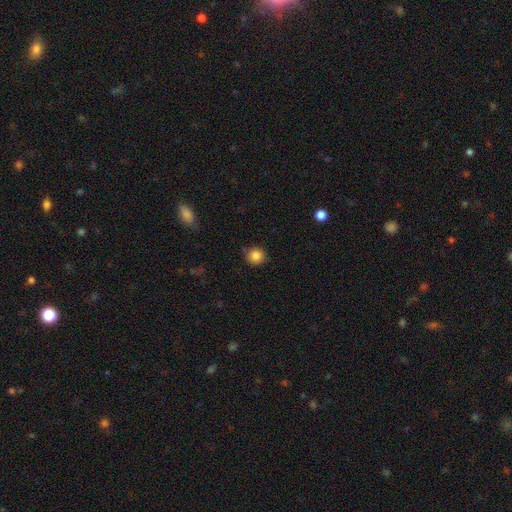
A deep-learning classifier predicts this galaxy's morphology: smooth_or_featured: smooth (p=0.85) [alt: star or artifact p=0.11]
how_rounded: round (p=0.91) [alt: in between p=0.08]
merging: none (p=0.86) [alt: minor disturbance p=0.10]